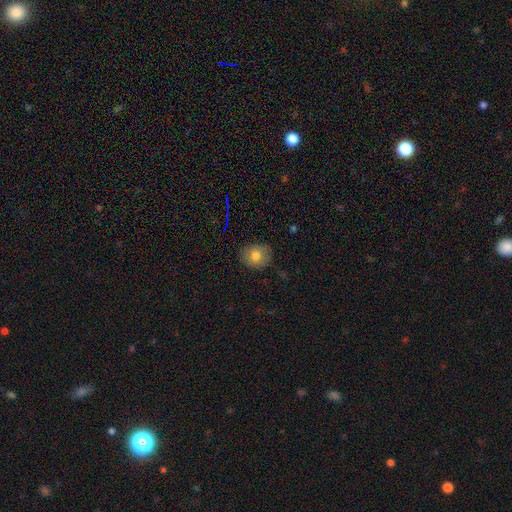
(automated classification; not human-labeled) This appears to be a smooth galaxy with no disk features (77%) that is round (67%). Merging: none (83%).